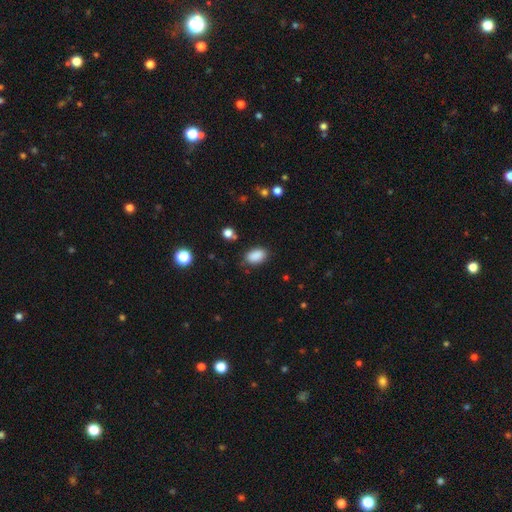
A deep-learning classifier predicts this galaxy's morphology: A smooth galaxy with no disk features (88%) that is in between round and cigar-shaped (90%). Merging: none (81%).